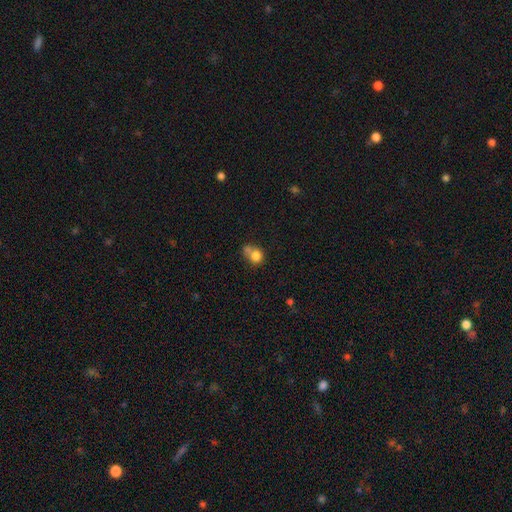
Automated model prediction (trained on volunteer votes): Smooth or featured? Predicted: smooth (p=0.78). How rounded? Predicted: round (p=0.73). Merging? Predicted: merger (p=0.40).